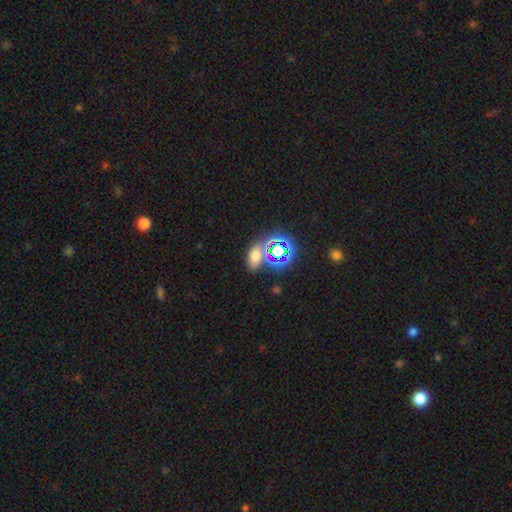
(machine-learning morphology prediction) type=smooth (50%); roundness=in between (79%); merging=none (64%).